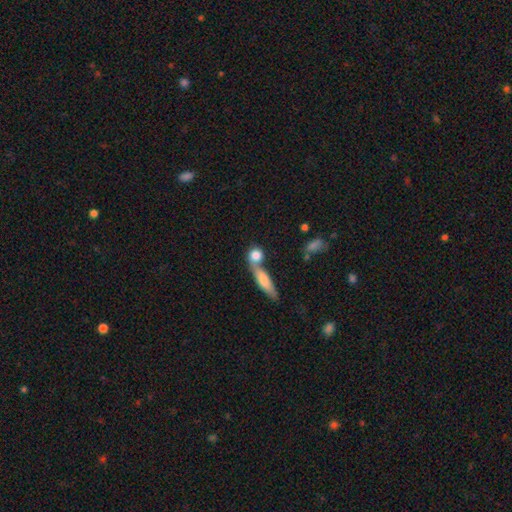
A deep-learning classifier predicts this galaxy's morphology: This is likely a smooth galaxy (79%). How rounded: likely round (66%). Merging: marginally merger (45%).